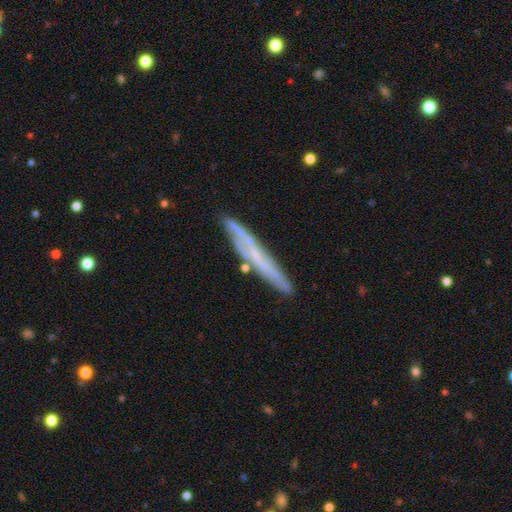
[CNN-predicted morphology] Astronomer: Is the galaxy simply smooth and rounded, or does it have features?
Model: featured or disk — 59%.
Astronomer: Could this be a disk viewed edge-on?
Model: yes — 74%.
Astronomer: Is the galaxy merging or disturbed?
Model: none — 74%.